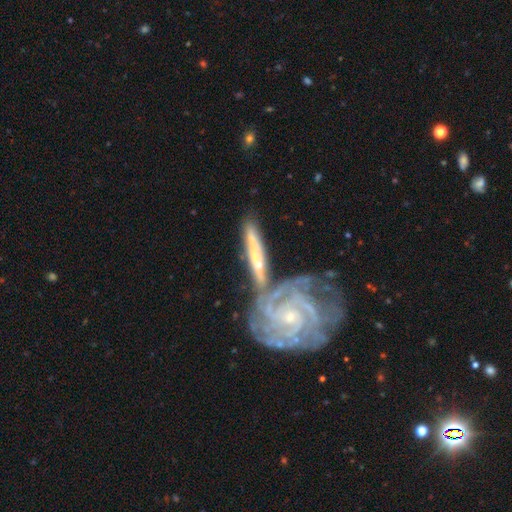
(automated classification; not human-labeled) featured or disk 76%, smooth 18%, star or artifact 6%. Down the decision tree: edge-on disk — no (59%); merging — none (50%).